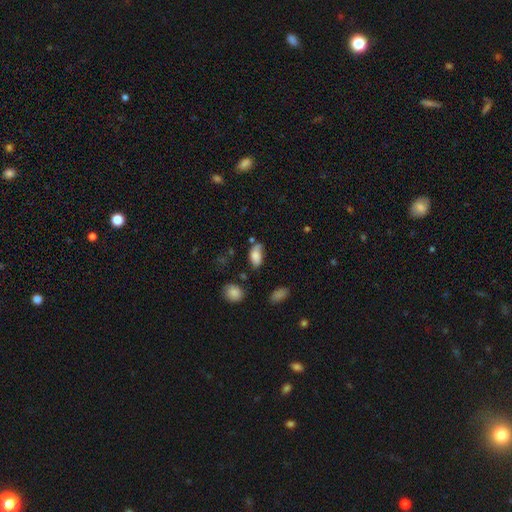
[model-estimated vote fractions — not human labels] Smooth or featured? smooth (72%)
How rounded? in between (90%)
Merging? none (46%)